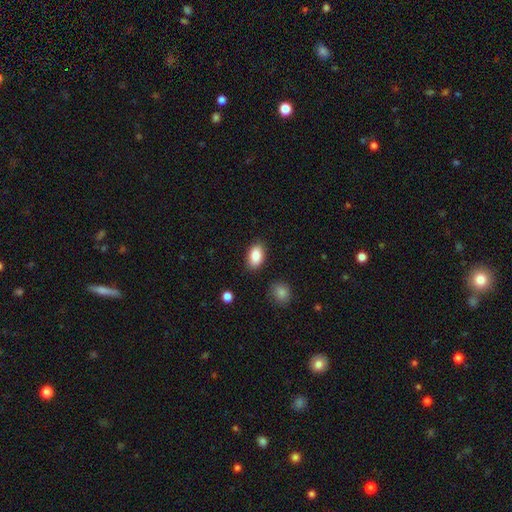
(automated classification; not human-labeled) The model was most divided on "merging": none: 86%, minor disturbance: 10%, major disturbance: 3%, merger: 2%. More confident: how rounded — in between (91%); smooth or featured — smooth (87%).